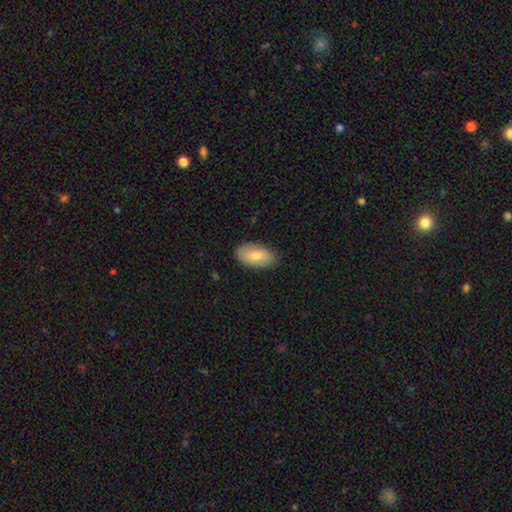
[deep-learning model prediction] smooth-or-featured: smooth: 75% | featured or disk: 19% | star or artifact: 6%
  how-rounded: in between: 94% | round: 4% | cigar-shaped: 2%
  merging: none: 83% | minor disturbance: 14% | major disturbance: 2% | merger: 1%